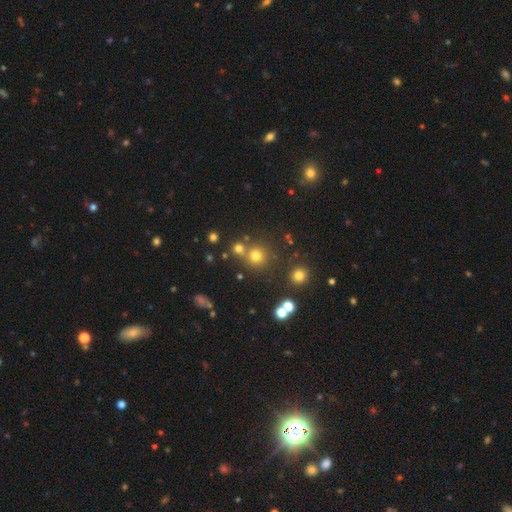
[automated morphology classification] Overall: smooth (71%). How rounded: round (91%). Merging: none (70%).